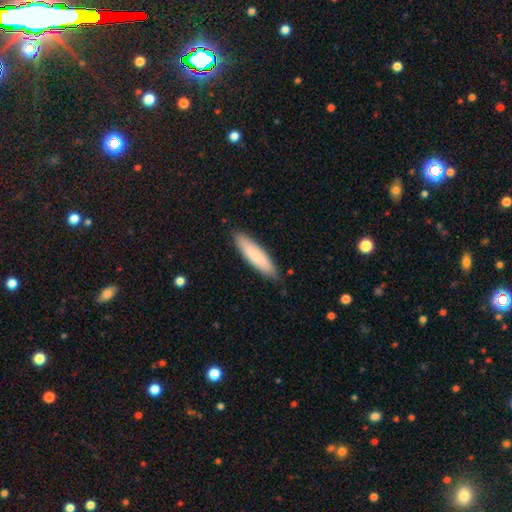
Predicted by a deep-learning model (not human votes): This appears to be a smooth galaxy with no disk features (80%) that is cigar-shaped (71%). Merging: none (86%).